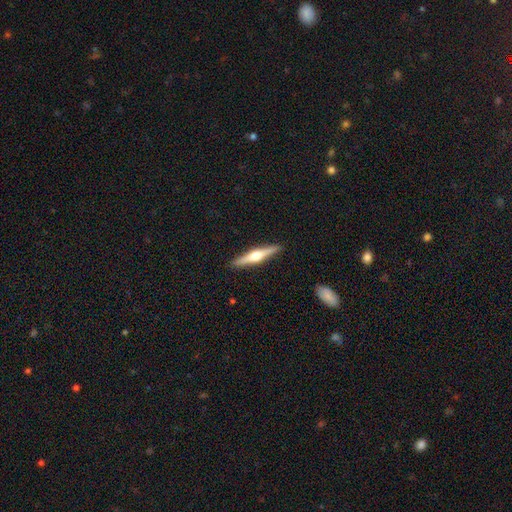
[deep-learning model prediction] A featured or disk galaxy (68%) viewed edge-on (98%) with a rounded central bulge (93%). Merging: none (92%).